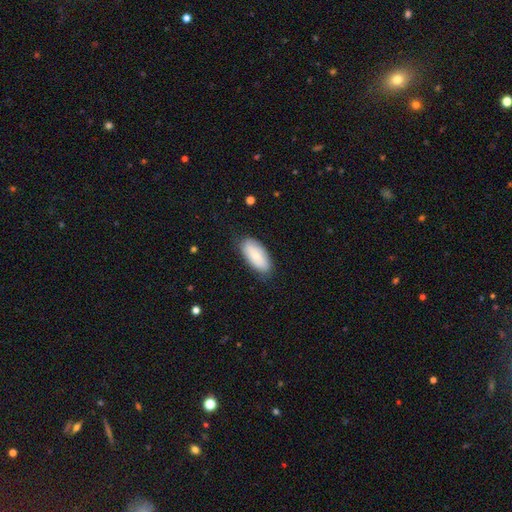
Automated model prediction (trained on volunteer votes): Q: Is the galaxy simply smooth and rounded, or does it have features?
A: smooth — 71%.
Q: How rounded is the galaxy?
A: in between — 90%.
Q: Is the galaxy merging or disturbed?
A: none — 78%.